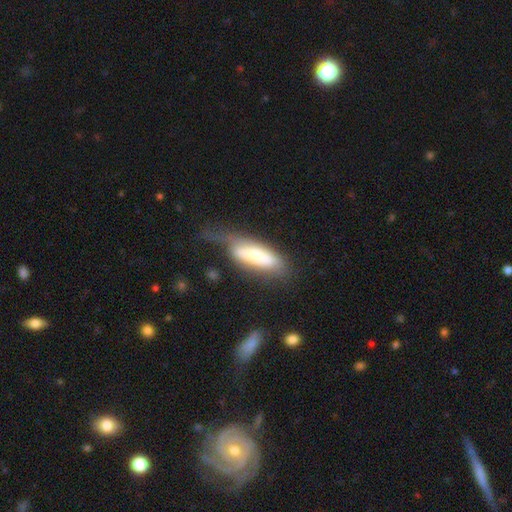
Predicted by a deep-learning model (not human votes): Q: Smooth or featured?
A: smooth (64%); runner-up: featured or disk (30%)
Q: How rounded?
A: in between (58%); runner-up: cigar-shaped (40%)
Q: Merging?
A: major disturbance (35%); runner-up: minor disturbance (30%)